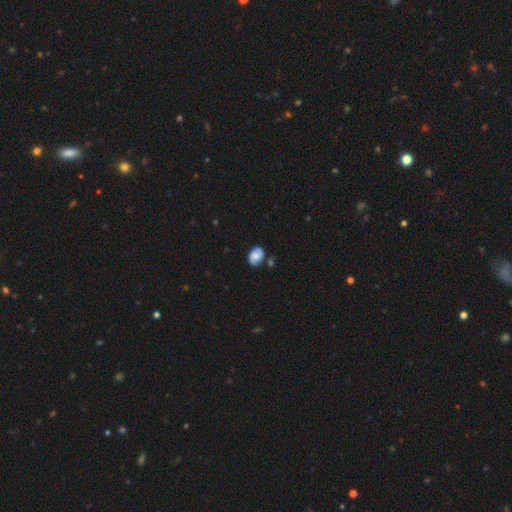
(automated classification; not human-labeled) A featured or disk galaxy (48%).

Vote fractions:
- Smooth or featured? featured or disk: 48% / smooth: 44% / star or artifact: 9%
- Merging? none: 71% / minor disturbance: 19% / merger: 5% / major disturbance: 5%